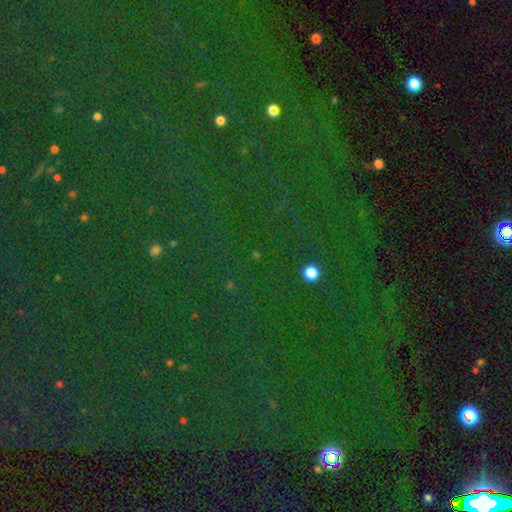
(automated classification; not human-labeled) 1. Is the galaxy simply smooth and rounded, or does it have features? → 81% star or artifact, 11% smooth, 8% featured or disk.